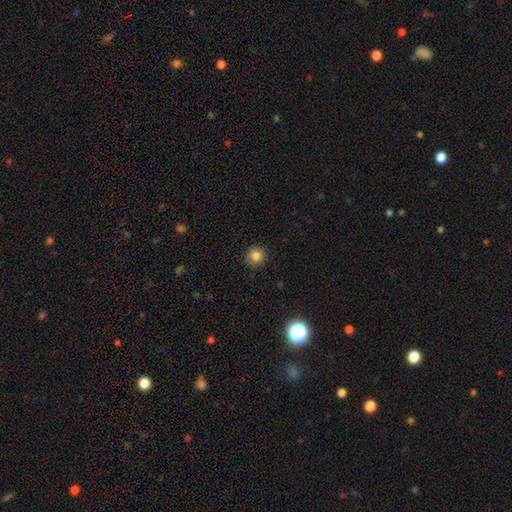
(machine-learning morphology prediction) Q: Smooth or featured?
A: smooth (83%); runner-up: star or artifact (11%)
Q: How rounded?
A: round (91%); runner-up: in between (8%)
Q: Merging?
A: none (90%); runner-up: minor disturbance (7%)